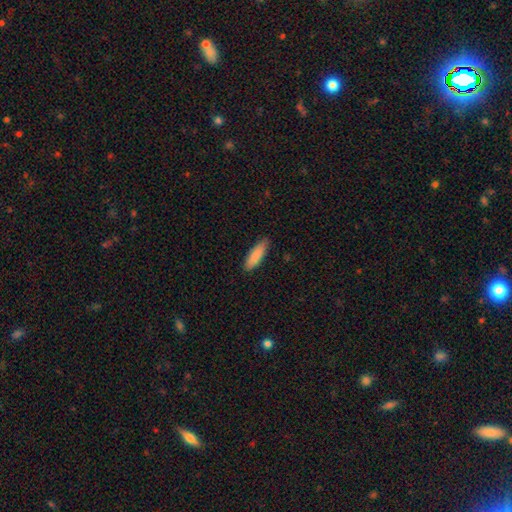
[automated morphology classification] Overall: smooth (86%). How rounded: cigar-shaped (57%; in between 42%). Merging: none (85%).